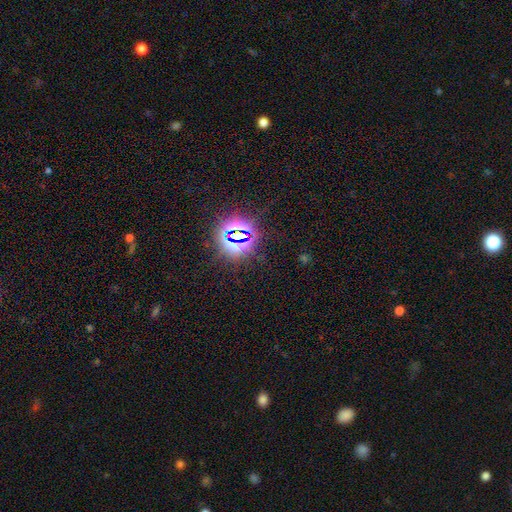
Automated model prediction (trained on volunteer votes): This is clearly a star or artifact rather than a galaxy (81%).